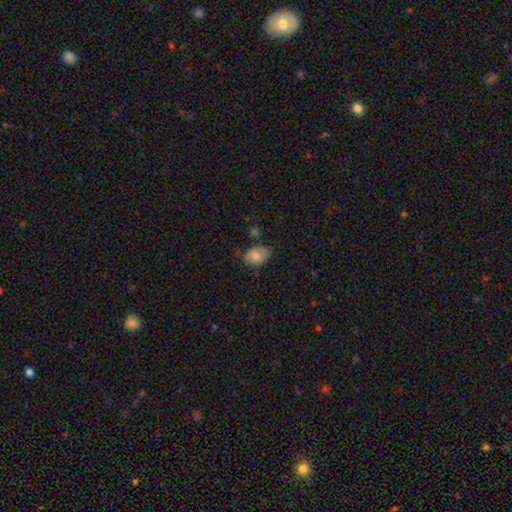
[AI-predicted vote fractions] smooth 73%, featured or disk 19%, star or artifact 8%. Down the decision tree: how rounded — in between (86%); merging — none (67%).